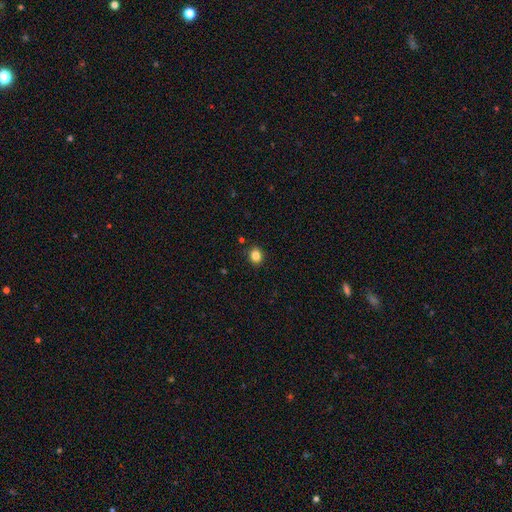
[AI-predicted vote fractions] smooth_or_featured: smooth (p=0.85) [alt: star or artifact p=0.11]
how_rounded: round (p=0.59) [alt: in between p=0.40]
merging: none (p=0.89) [alt: minor disturbance p=0.07]